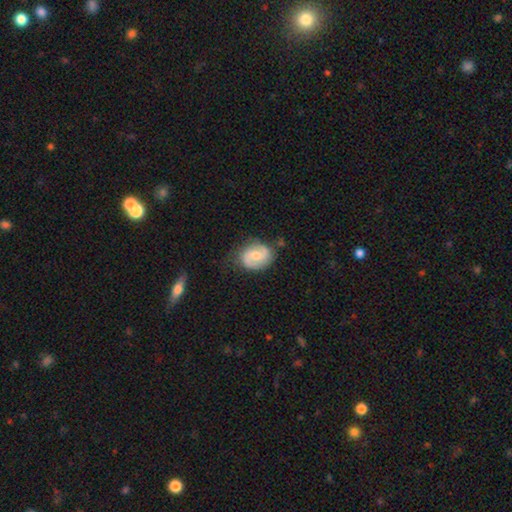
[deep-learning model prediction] Morphology: type=featured or disk (73%); edge-on=no (98%); bar=weak (49%); spiral arms=yes (93%); winding=medium (50%); arm count=2 (86%); bulge=moderate (59%); merging=none (72%).